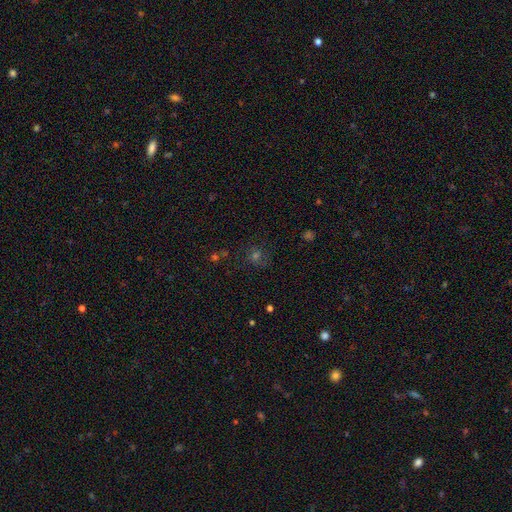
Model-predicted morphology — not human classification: The model was most divided on "smooth or featured": star or artifact: 40%, smooth: 39%, featured or disk: 22%.